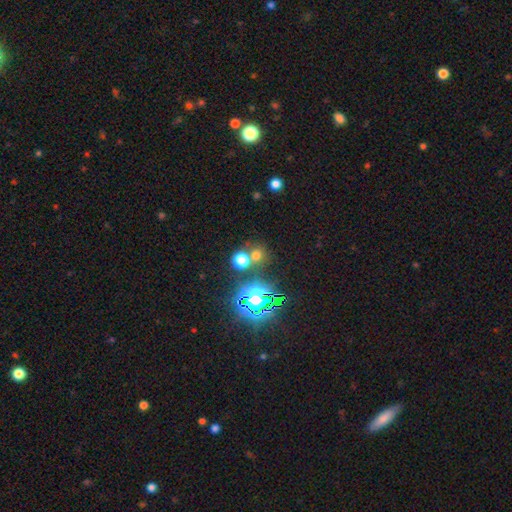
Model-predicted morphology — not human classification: Q: Smooth or featured?
A: smooth (56%); runner-up: star or artifact (36%)
Q: How rounded?
A: round (85%); runner-up: in between (13%)
Q: Merging?
A: none (64%); runner-up: merger (25%)